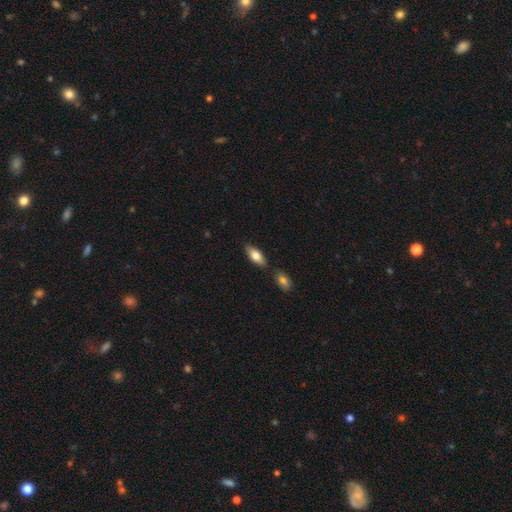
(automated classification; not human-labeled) smooth 77%, featured or disk 17%, star or artifact 6%. Down the decision tree: how rounded — in between (81%); merging — none (75%).